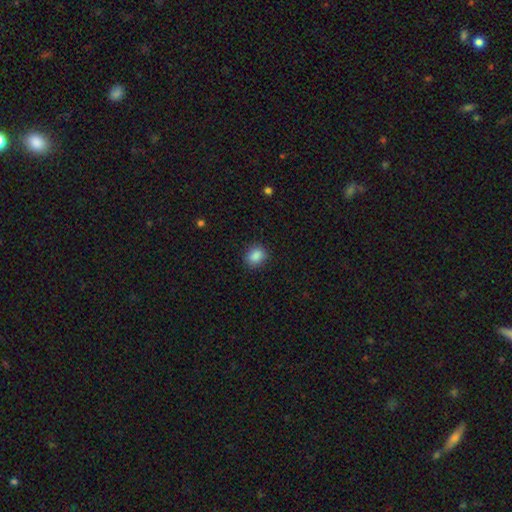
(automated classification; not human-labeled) Morphology: type=smooth (87%); roundness=round (58%); merging=none (87%).